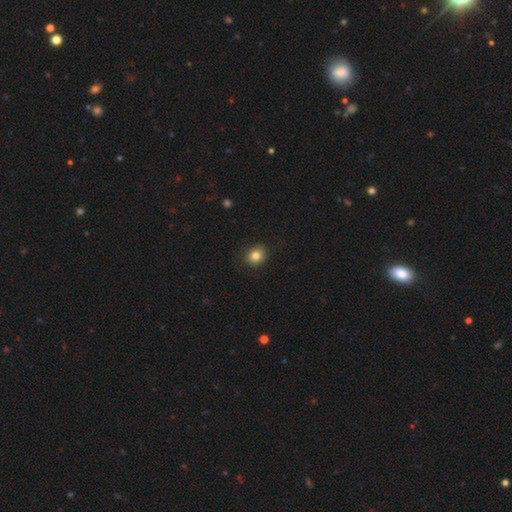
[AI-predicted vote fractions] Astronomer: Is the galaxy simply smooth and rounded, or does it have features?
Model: smooth — 83%.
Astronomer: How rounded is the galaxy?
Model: round — 73%.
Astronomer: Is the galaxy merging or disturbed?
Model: none — 88%.